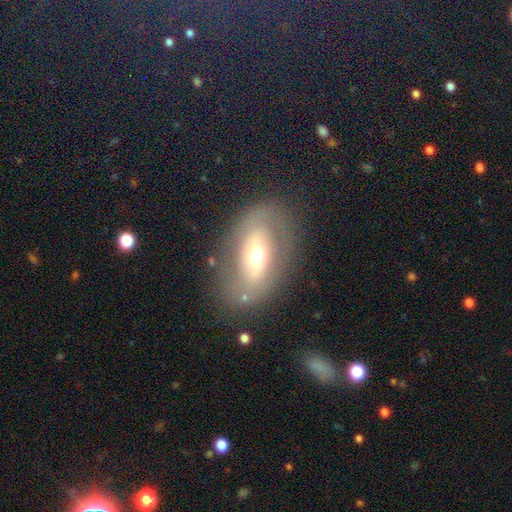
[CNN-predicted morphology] A featured or disk galaxy (61%) with no bar (43%), spiral arms (51%) and a moderate central bulge (52%).

Vote fractions:
- Smooth or featured? featured or disk: 61% / smooth: 31% / star or artifact: 8%
- Edge-on disk? no: 90% / yes: 10%
- Bar? no: 43% / weak: 29% / strong: 28%
- Spiral arms? yes: 51% / no: 49%
- Bulge size? moderate: 52% / small: 40% / large: 6% / dominant: 2% / none: 1%
- Merging? none: 75% / minor disturbance: 14% / major disturbance: 8% / merger: 2%